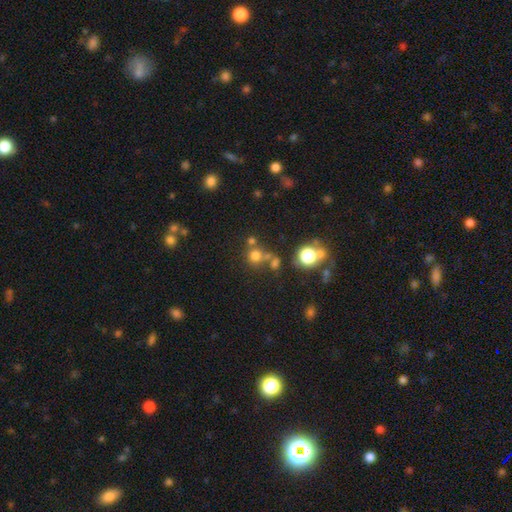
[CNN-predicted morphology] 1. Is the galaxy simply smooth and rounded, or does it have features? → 68% smooth, 22% star or artifact, 10% featured or disk.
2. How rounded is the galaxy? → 89% round, 10% in between, 1% cigar-shaped.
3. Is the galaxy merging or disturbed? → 61% none, 25% merger, 9% minor disturbance, 5% major disturbance.